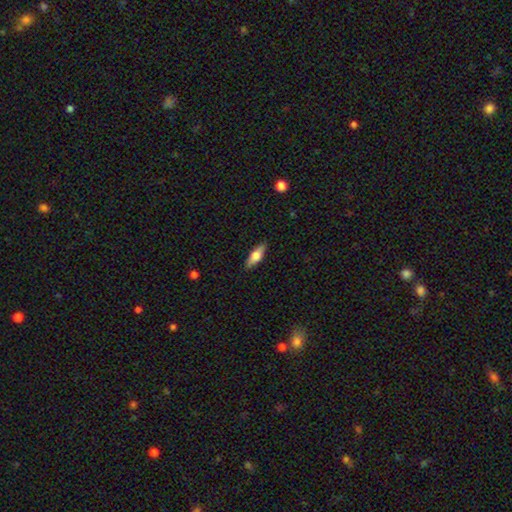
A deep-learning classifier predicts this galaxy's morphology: smooth-or-featured: smooth: 64% | featured or disk: 30% | star or artifact: 6%
  how-rounded: in between: 61% | cigar-shaped: 36% | round: 3%
  merging: none: 87% | minor disturbance: 10% | major disturbance: 2% | merger: 1%